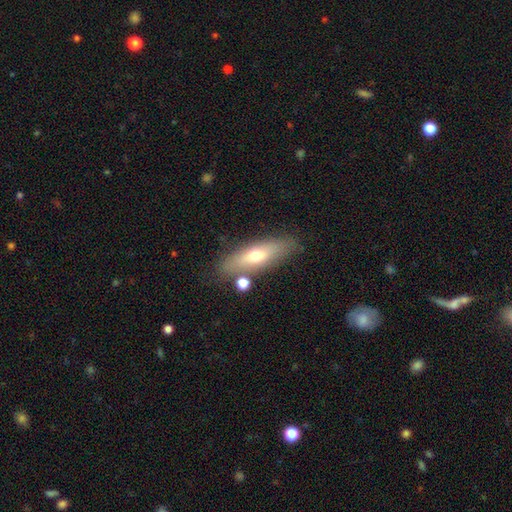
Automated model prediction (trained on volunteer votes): Smooth or featured? smooth (55%)
How rounded? cigar-shaped (51%)
Merging? none (76%)